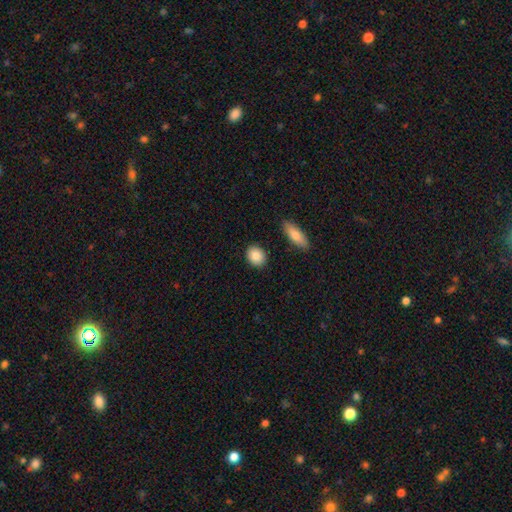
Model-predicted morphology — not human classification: Smooth or featured: smooth — 86% (featured or disk — 7%)
How rounded: round — 53% (in between — 44%)
Merging: none — 88% (minor disturbance — 7%)